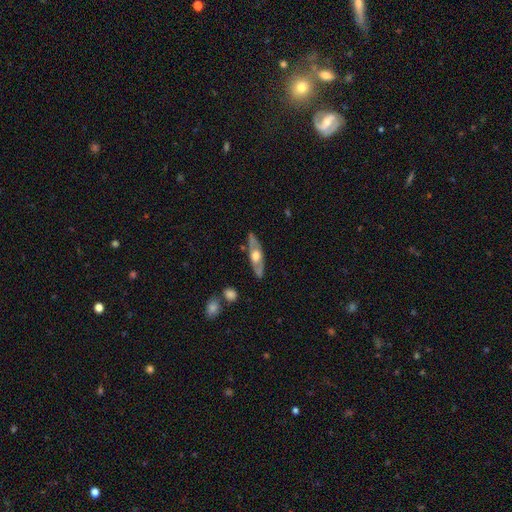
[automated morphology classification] smooth-or-featured: featured or disk: 58% | smooth: 37% | star or artifact: 5%
  disk-edge-on: yes: 56% | no: 44%
  merging: none: 82% | minor disturbance: 13% | major disturbance: 3% | merger: 2%